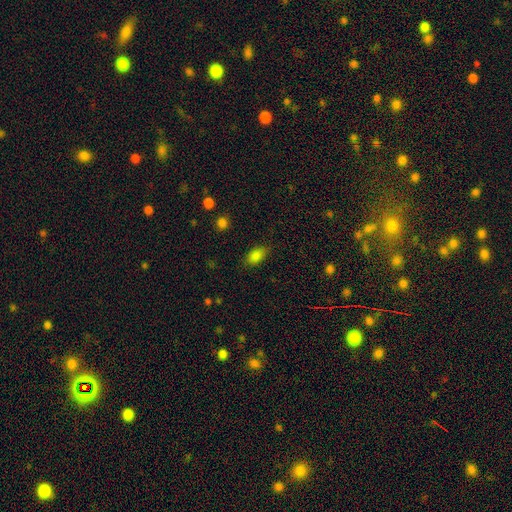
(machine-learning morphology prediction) smooth-or-featured: smooth: 84% | star or artifact: 11% | featured or disk: 5%
  how-rounded: in between: 89% | round: 8% | cigar-shaped: 3%
  merging: none: 80% | minor disturbance: 15% | major disturbance: 4% | merger: 1%